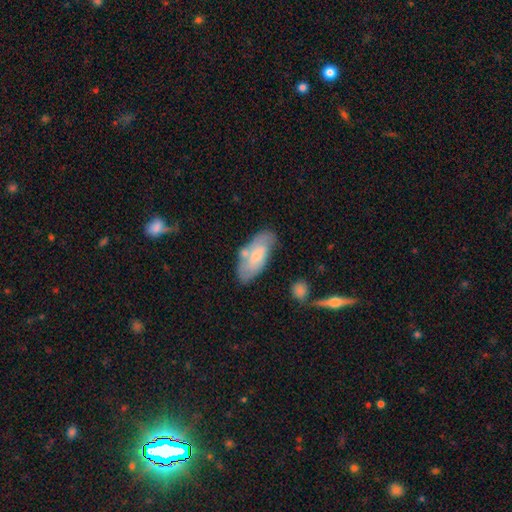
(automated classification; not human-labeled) Smooth or featured? Predicted: smooth (p=0.60). How rounded? Predicted: in between (p=0.85). Merging? Predicted: none (p=0.64).